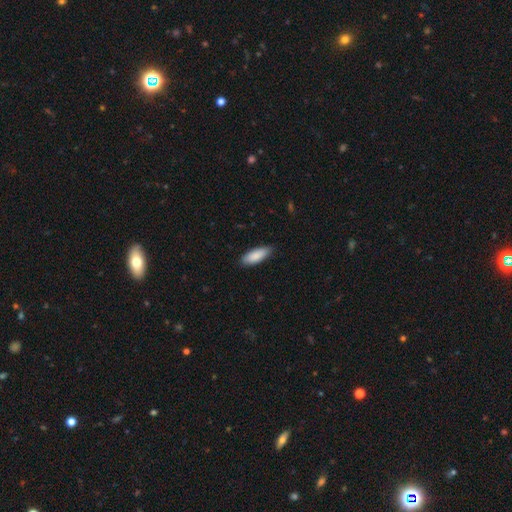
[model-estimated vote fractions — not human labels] Smooth or featured? smooth (88%)
How rounded? in between (71%)
Merging? none (86%)